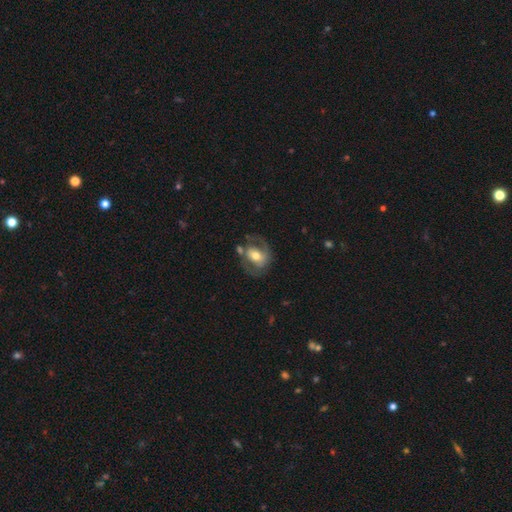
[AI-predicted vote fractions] Smooth or featured? Predicted: featured or disk (p=0.63). Edge-on disk? Predicted: no (p=0.95). Bar? Predicted: no (p=0.41). Spiral arms? Predicted: yes (p=0.72). Bulge size? Predicted: moderate (p=0.67). Merging? Predicted: none (p=0.56).